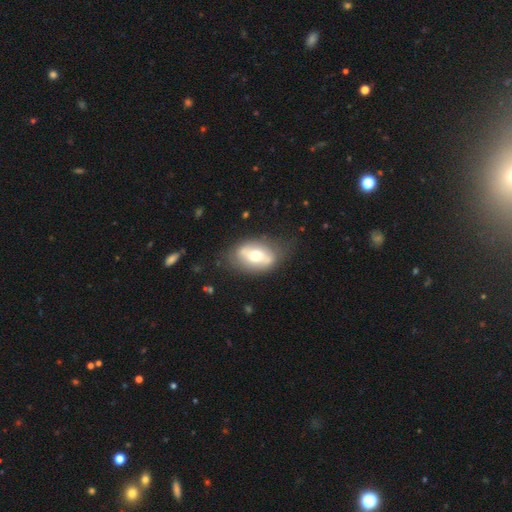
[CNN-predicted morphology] Overall: featured or disk (51%; smooth 43%). Edge-on disk: no (83%). Merging: none (70%).